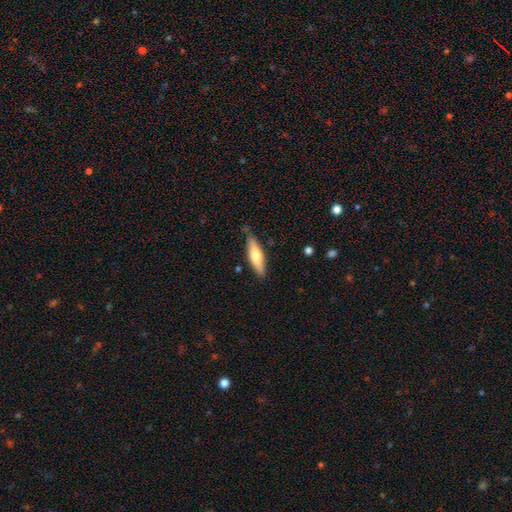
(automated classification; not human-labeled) Smooth or featured: smooth — 62% (featured or disk — 33%)
How rounded: cigar-shaped — 63% (in between — 36%)
Merging: none — 78% (minor disturbance — 17%)